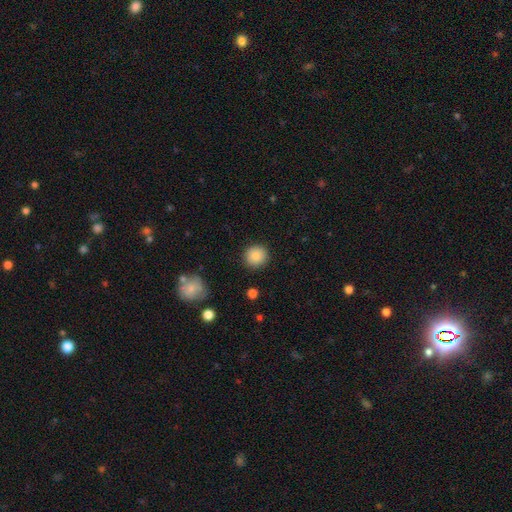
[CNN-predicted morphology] The model was most divided on "smooth or featured": smooth: 86%, star or artifact: 9%, featured or disk: 5%. More confident: how rounded — round (91%); merging — none (91%).